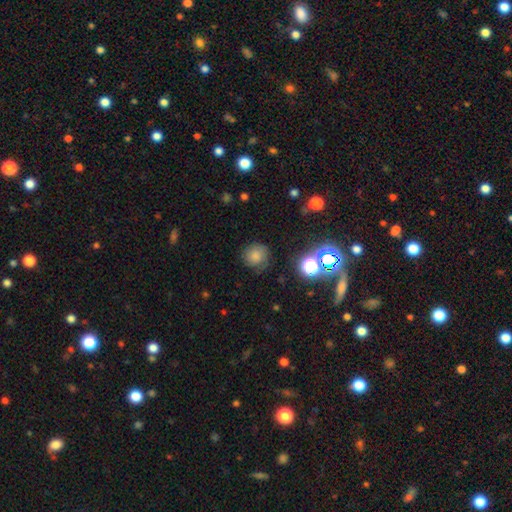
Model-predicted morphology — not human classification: This is likely a smooth galaxy (73%). How rounded: clearly round (89%). Merging: likely none (75%).